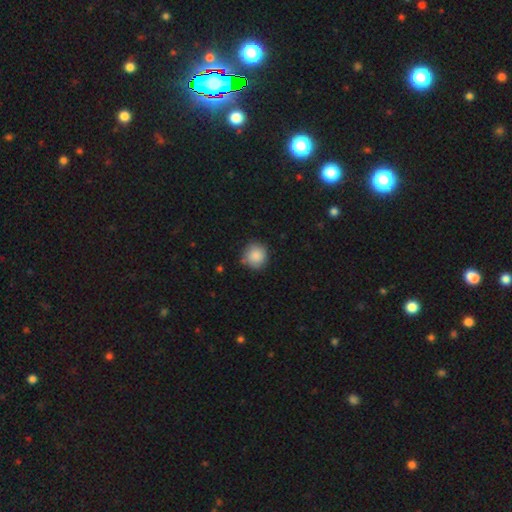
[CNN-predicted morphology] smooth-or-featured: smooth: 88% | star or artifact: 7% | featured or disk: 5%
  how-rounded: round: 91% | in between: 8% | cigar-shaped: 1%
  merging: none: 82% | minor disturbance: 13% | major disturbance: 3% | merger: 2%